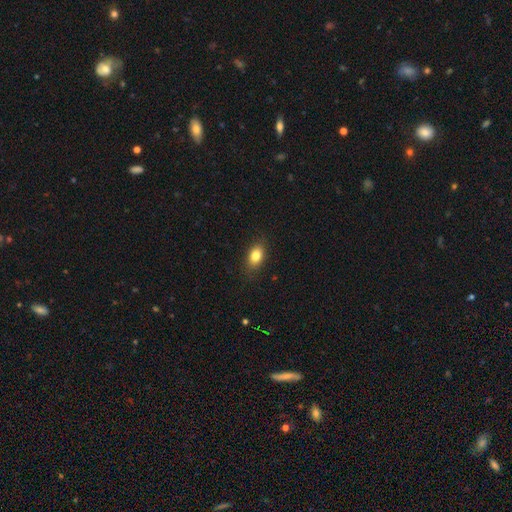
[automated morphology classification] This appears to be a smooth galaxy with no disk features (82%) that is in between round and cigar-shaped (83%). Merging: none (85%).